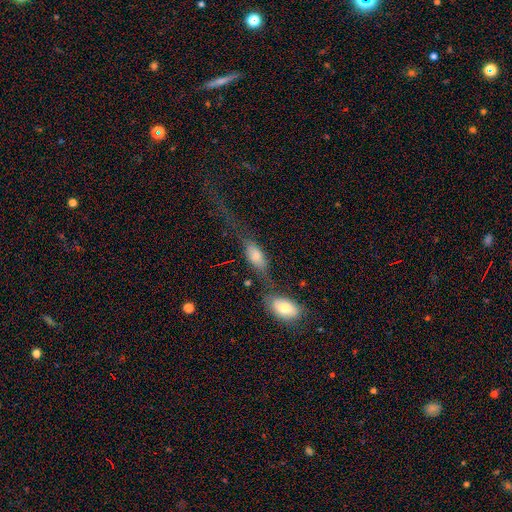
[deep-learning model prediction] This appears to be a smooth galaxy with no disk features (62%) that is in between round and cigar-shaped (74%). Merging: none (34%).